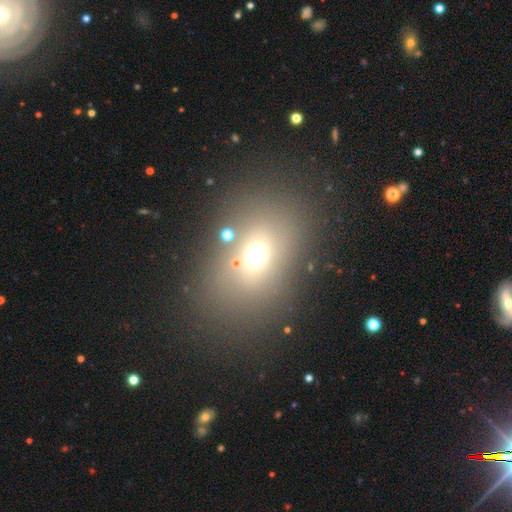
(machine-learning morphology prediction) Smooth or featured? Predicted: smooth (p=0.64). How rounded? Predicted: in between (p=0.60). Merging? Predicted: none (p=0.75).